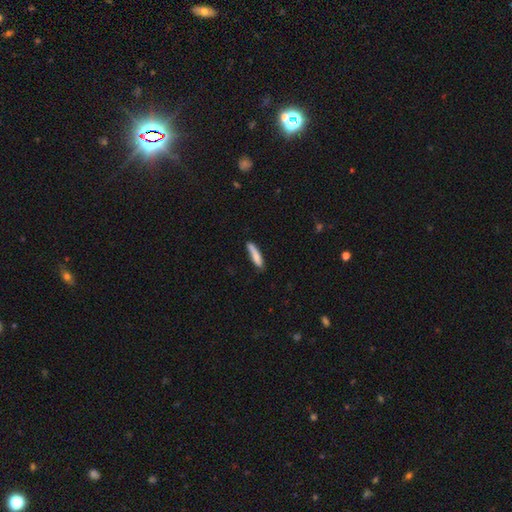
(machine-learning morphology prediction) Smooth or featured? Predicted: smooth (p=0.79). How rounded? Predicted: cigar-shaped (p=0.85). Merging? Predicted: none (p=0.71).